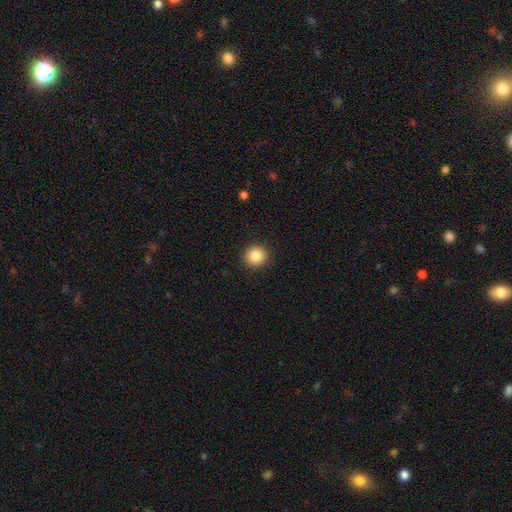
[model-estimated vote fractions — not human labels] A smooth galaxy with no disk features (85%) that is round (90%). Merging: none (92%).